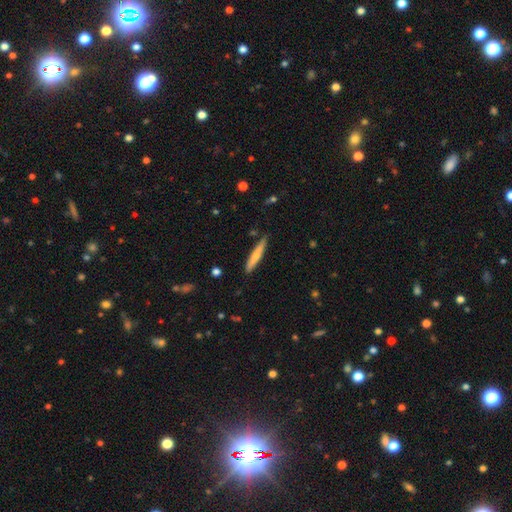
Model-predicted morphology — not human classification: smooth 63%, featured or disk 32%, star or artifact 5%. Down the decision tree: how rounded — cigar-shaped (94%); merging — none (85%).